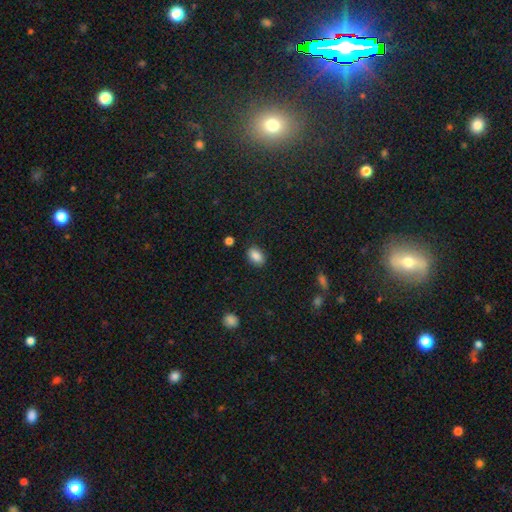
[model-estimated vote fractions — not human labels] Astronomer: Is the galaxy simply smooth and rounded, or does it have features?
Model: smooth — 86%.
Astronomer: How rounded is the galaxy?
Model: in between — 86%.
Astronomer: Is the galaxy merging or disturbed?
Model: none — 85%.